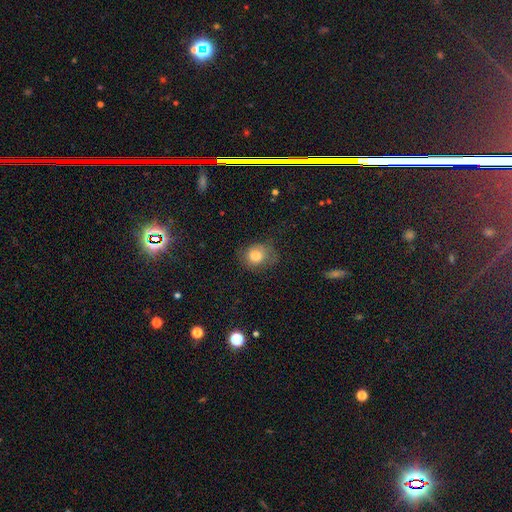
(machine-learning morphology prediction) Smooth or featured?
  - smooth: 78% *
  - featured or disk: 13%
  - star or artifact: 9%
How rounded?
  - round: 66% *
  - in between: 33%
  - cigar-shaped: 1%
Merging?
  - none: 59% *
  - minor disturbance: 26%
  - major disturbance: 13%
  - merger: 2%